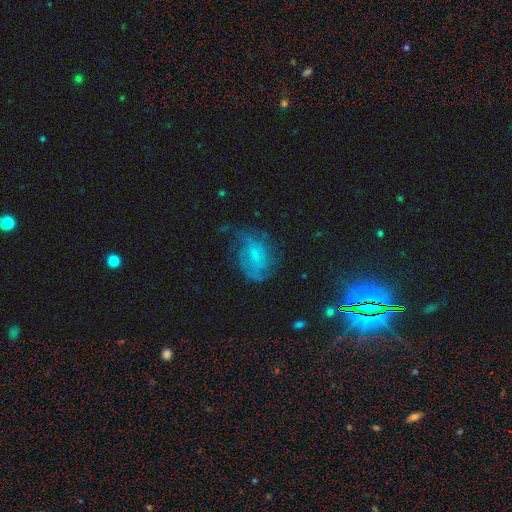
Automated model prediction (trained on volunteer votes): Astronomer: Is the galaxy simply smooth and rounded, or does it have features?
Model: featured or disk — 56% (runner-up: smooth, 31%).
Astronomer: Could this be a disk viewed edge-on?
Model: no — 97%.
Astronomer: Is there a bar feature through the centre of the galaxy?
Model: no — 62%.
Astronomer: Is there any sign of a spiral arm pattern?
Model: yes — 76%.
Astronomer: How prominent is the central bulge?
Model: small — 67%.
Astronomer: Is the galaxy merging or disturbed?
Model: none — 42% (runner-up: major disturbance, 28%).